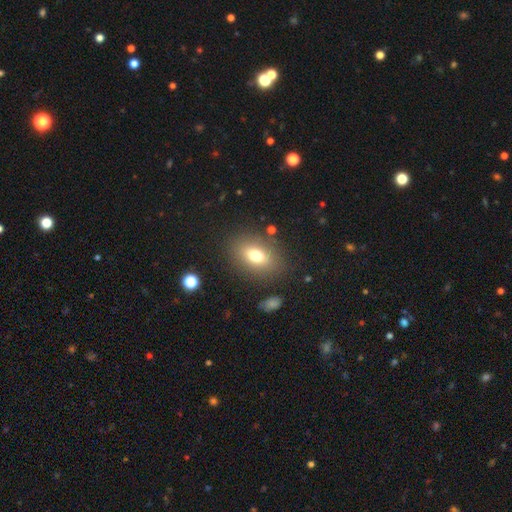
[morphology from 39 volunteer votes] Volunteers were most divided on "smooth or featured": smooth: 74%, featured or disk: 15%, star or artifact: 10%. More confident: merging — none (97%); how rounded — in between (83%).